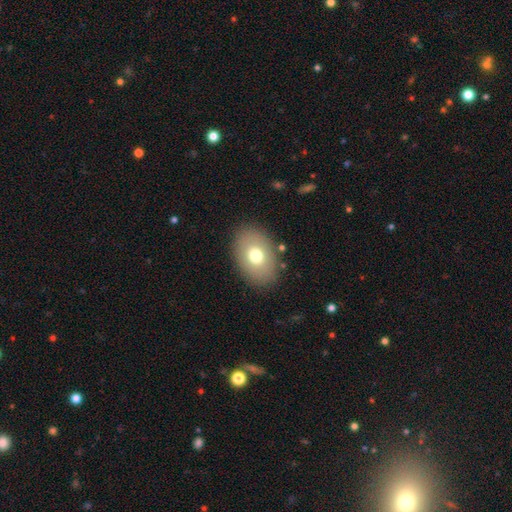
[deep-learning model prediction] smooth-or-featured: smooth: 71% | featured or disk: 21% | star or artifact: 8%
  how-rounded: in between: 83% | round: 16% | cigar-shaped: 1%
  merging: none: 85% | minor disturbance: 10% | major disturbance: 3% | merger: 2%